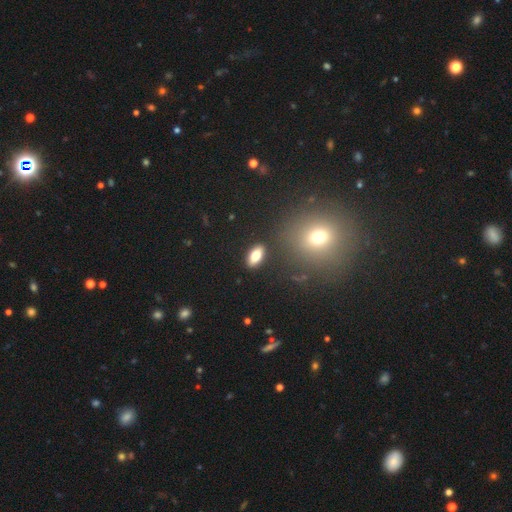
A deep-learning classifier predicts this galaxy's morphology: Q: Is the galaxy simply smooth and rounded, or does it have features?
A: smooth — 77%.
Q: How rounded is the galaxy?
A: in between — 86%.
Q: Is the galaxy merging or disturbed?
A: none — 88%.